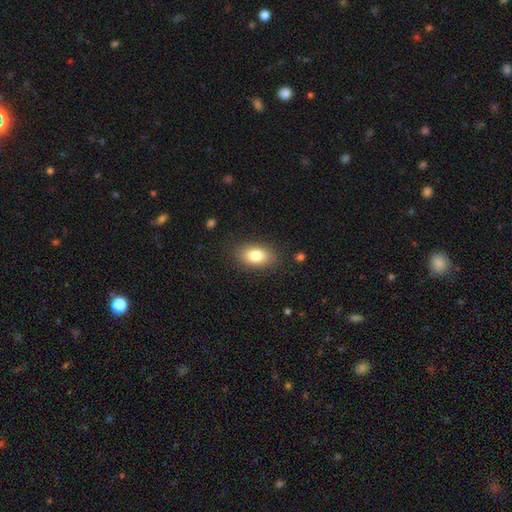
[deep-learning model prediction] Overall: smooth (83%). How rounded: in between (90%). Merging: none (85%).